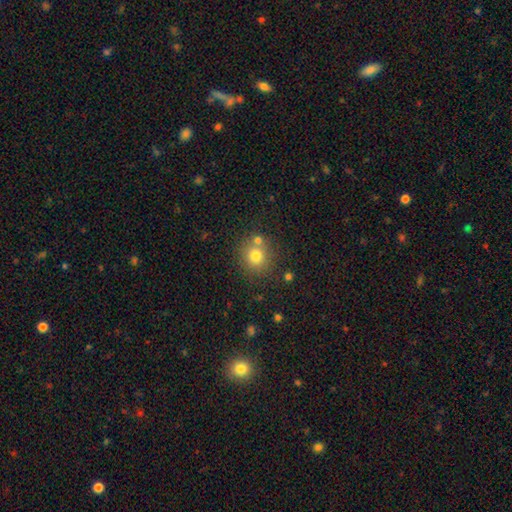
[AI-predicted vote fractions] Q: Smooth or featured?
A: smooth (76%); runner-up: star or artifact (14%)
Q: How rounded?
A: round (87%); runner-up: in between (12%)
Q: Merging?
A: none (70%); runner-up: merger (18%)